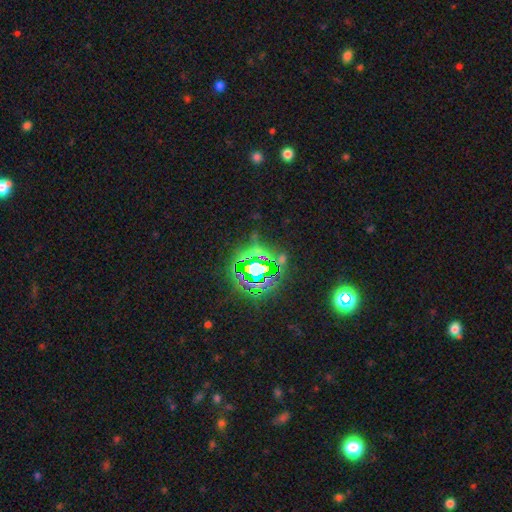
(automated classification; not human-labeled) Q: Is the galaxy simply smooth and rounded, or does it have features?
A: star or artifact — 77%.